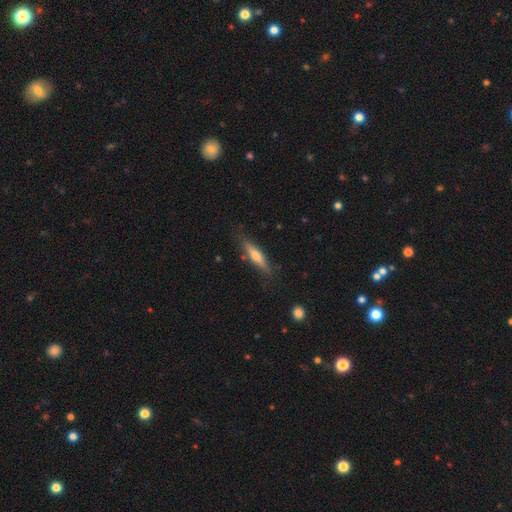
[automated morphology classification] A smooth galaxy with no disk features (49%). Merging: none (83%).